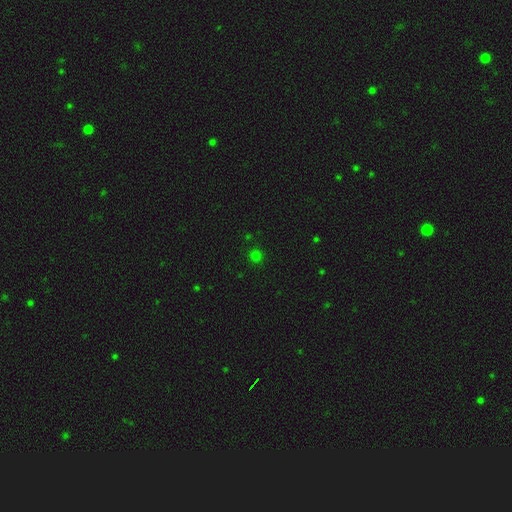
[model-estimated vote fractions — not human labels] Smooth or featured? smooth (74%)
How rounded? round (93%)
Merging? none (91%)